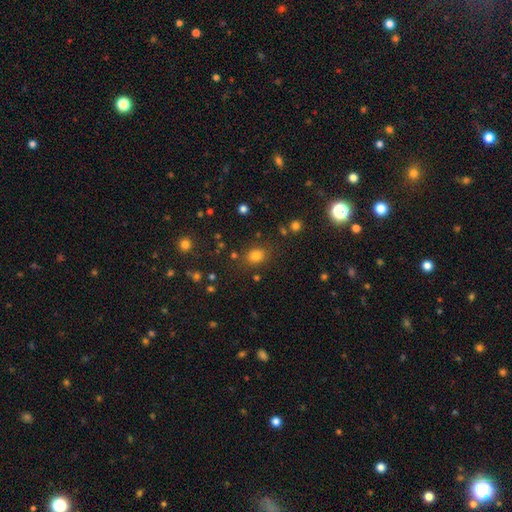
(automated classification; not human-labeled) Smooth or featured? smooth (79%)
How rounded? round (49%, tied with in between)
Merging? none (80%)